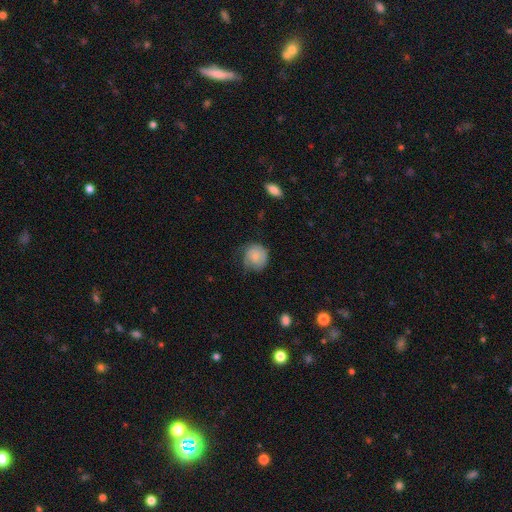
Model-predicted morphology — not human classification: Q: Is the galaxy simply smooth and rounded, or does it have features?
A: smooth — 65%.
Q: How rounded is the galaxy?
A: round — 82%.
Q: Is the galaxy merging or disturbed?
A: none — 55%.